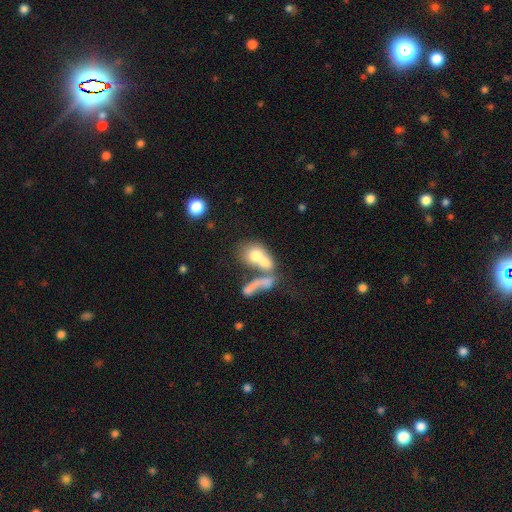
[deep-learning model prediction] Smooth or featured? smooth (64%)
How rounded? in between (52%)
Merging? merger (63%)